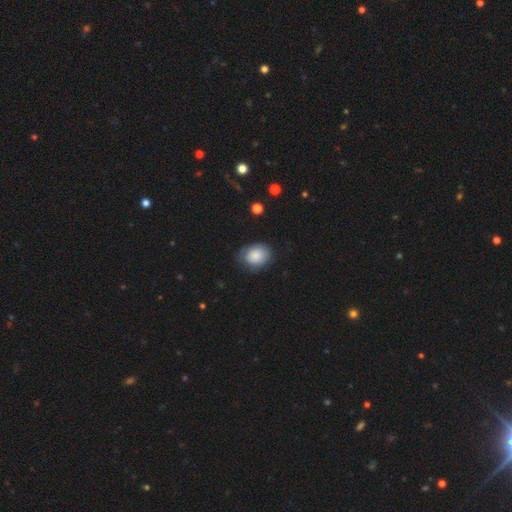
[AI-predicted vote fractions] A smooth galaxy with no disk features (82%) that is in between round and cigar-shaped (52%).

Vote fractions:
- Smooth or featured? smooth: 82% / featured or disk: 11% / star or artifact: 8%
- How rounded? in between: 52% / round: 47% / cigar-shaped: 1%
- Merging? none: 71% / minor disturbance: 22% / major disturbance: 6% / merger: 1%